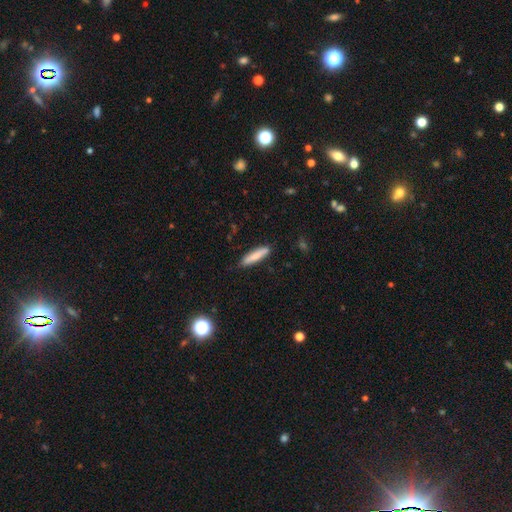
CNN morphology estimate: smooth_or_featured: smooth (p=0.81) [alt: featured or disk p=0.13]
how_rounded: cigar-shaped (p=0.86) [alt: in between p=0.13]
merging: none (p=0.85) [alt: minor disturbance p=0.12]